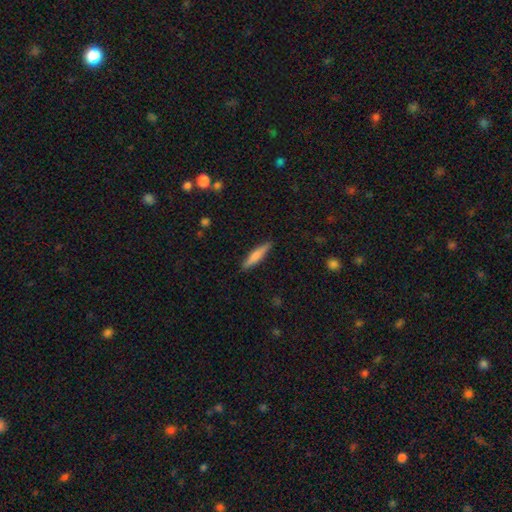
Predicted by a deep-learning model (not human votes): Morphology: type=smooth (68%); roundness=cigar-shaped (87%); merging=none (89%).